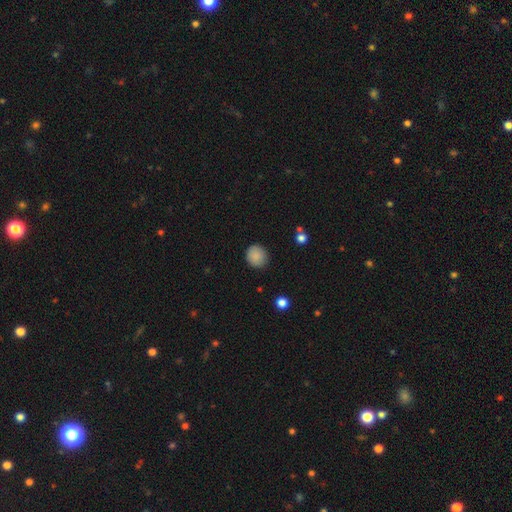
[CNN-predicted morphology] smooth-or-featured: smooth: 88% | star or artifact: 8% | featured or disk: 4%
  how-rounded: round: 85% | in between: 14% | cigar-shaped: 1%
  merging: none: 87% | minor disturbance: 10% | major disturbance: 2% | merger: 1%